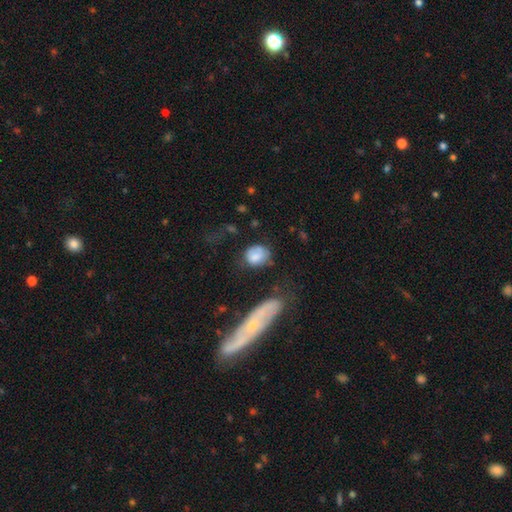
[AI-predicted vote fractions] Q: Smooth or featured?
A: smooth (77%); runner-up: featured or disk (15%)
Q: How rounded?
A: round (57%); runner-up: in between (41%)
Q: Merging?
A: none (52%); runner-up: minor disturbance (26%)